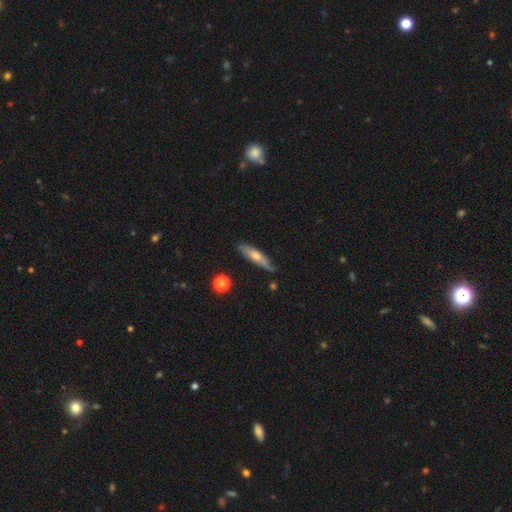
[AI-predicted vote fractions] smooth-or-featured: smooth: 48% | featured or disk: 45% | star or artifact: 7%
  merging: none: 72% | minor disturbance: 21% | major disturbance: 4% | merger: 3%